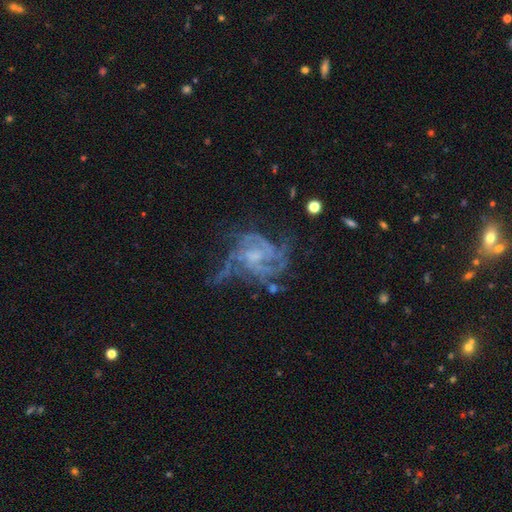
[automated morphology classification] smooth_or_featured: featured or disk (p=0.84) [alt: star or artifact p=0.09]
disk_edge_on: no (p=0.98) [alt: yes p=0.02]
bar: no (p=0.55) [alt: weak p=0.37]
has_spiral_arms: yes (p=0.91) [alt: no p=0.09]
spiral_winding: tight (p=0.45) [alt: medium p=0.42]
spiral_arm_count: can't tell (p=0.31) [alt: 3 p=0.24]
bulge_size: small (p=0.43) [alt: moderate p=0.29]
merging: none (p=0.46) [alt: major disturbance p=0.29]